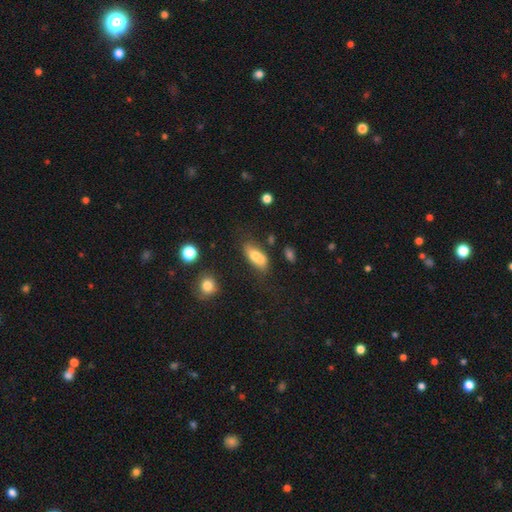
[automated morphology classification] smooth_or_featured: smooth (p=0.70) [alt: featured or disk p=0.22]
how_rounded: in between (p=0.76) [alt: cigar-shaped p=0.20]
merging: none (p=0.63) [alt: minor disturbance p=0.21]